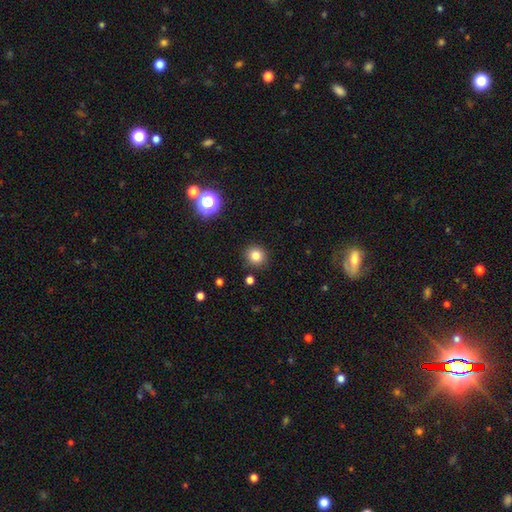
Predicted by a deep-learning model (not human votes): This appears to be a smooth galaxy with no disk features (81%) that is round (91%). Merging: none (89%).